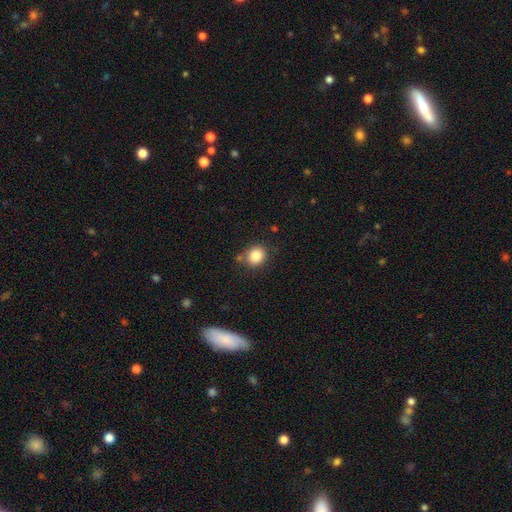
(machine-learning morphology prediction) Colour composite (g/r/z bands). It shows a smooth galaxy with no disk features (85%) that is round (80%). Merging: none (77%).